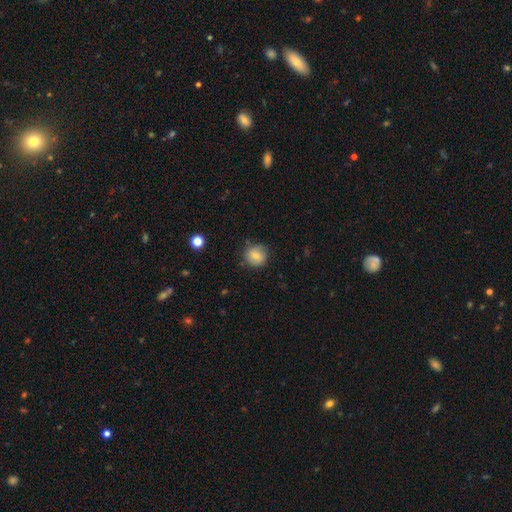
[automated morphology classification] A smooth galaxy with no disk features (77%) that is round (89%). Merging: none (77%).